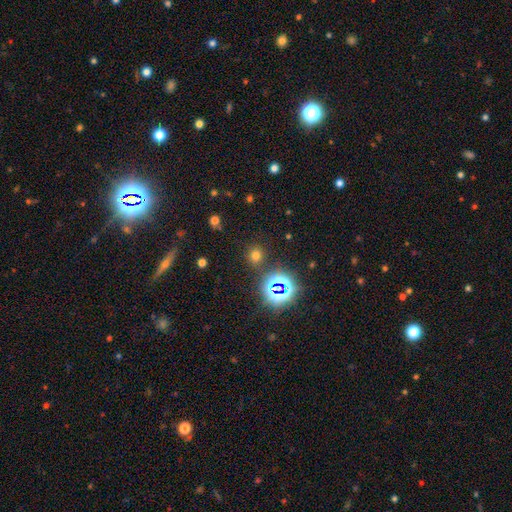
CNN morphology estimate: smooth_or_featured: smooth (p=0.62) [alt: star or artifact p=0.31]
how_rounded: round (p=0.84) [alt: in between p=0.15]
merging: none (p=0.84) [alt: minor disturbance p=0.08]